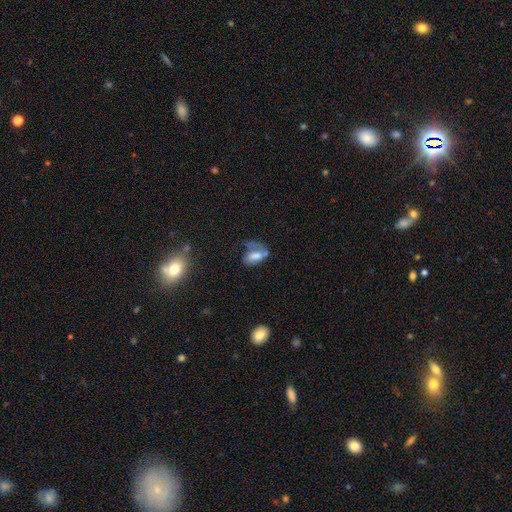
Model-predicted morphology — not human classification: Smooth or featured?
  - smooth: 55% *
  - featured or disk: 34%
  - star or artifact: 11%
How rounded?
  - in between: 87% *
  - round: 9%
  - cigar-shaped: 4%
Merging?
  - major disturbance: 33% *
  - none: 30%
  - minor disturbance: 24%
  - merger: 13%